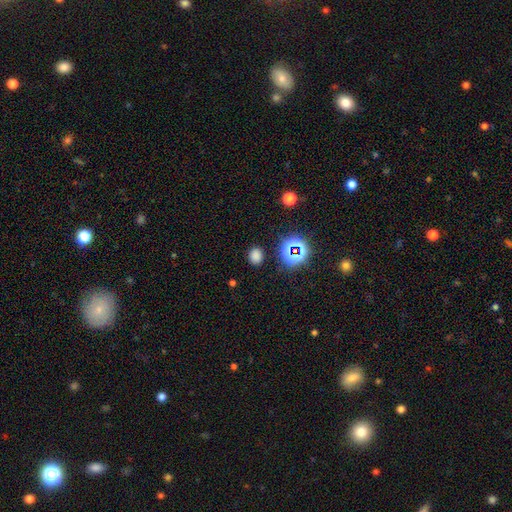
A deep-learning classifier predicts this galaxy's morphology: smooth-or-featured: smooth: 74% | star or artifact: 22% | featured or disk: 5%
  how-rounded: round: 61% | in between: 38% | cigar-shaped: 1%
  merging: none: 86% | minor disturbance: 9% | major disturbance: 3% | merger: 2%